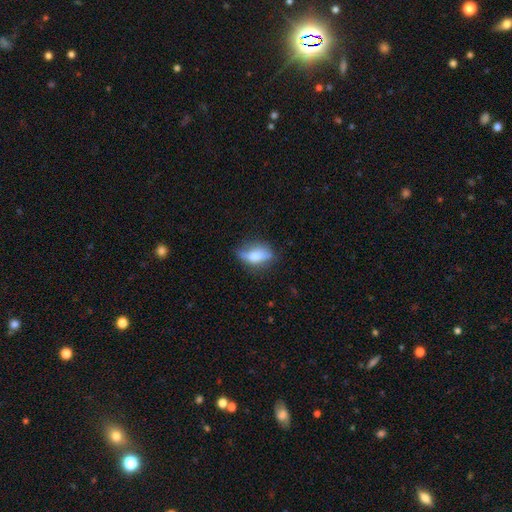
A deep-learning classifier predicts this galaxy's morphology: smooth-or-featured: smooth: 61% | featured or disk: 32% | star or artifact: 7%
  how-rounded: in between: 76% | cigar-shaped: 17% | round: 7%
  merging: none: 66% | minor disturbance: 25% | major disturbance: 8% | merger: 2%